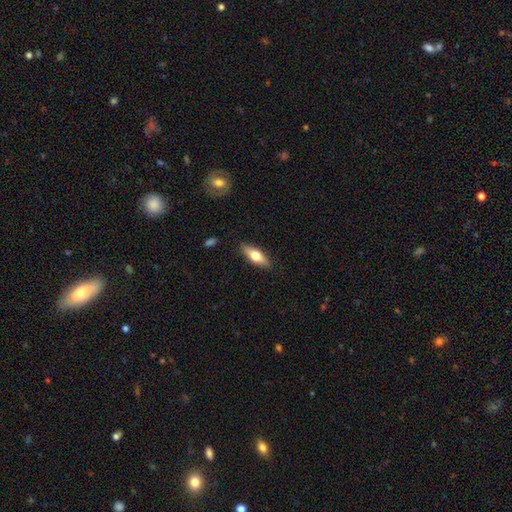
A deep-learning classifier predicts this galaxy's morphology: Smooth or featured: smooth — 61% (featured or disk — 33%)
How rounded: in between — 64% (cigar-shaped — 34%)
Merging: none — 86% (minor disturbance — 10%)